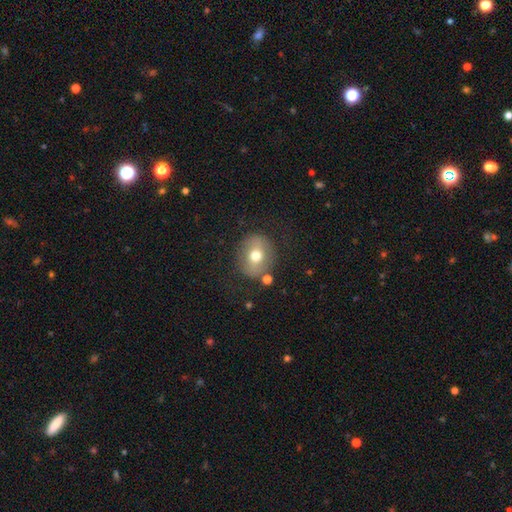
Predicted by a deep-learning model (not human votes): Overall: smooth (60%; featured or disk 31%). How rounded: round (74%). Merging: none (80%).